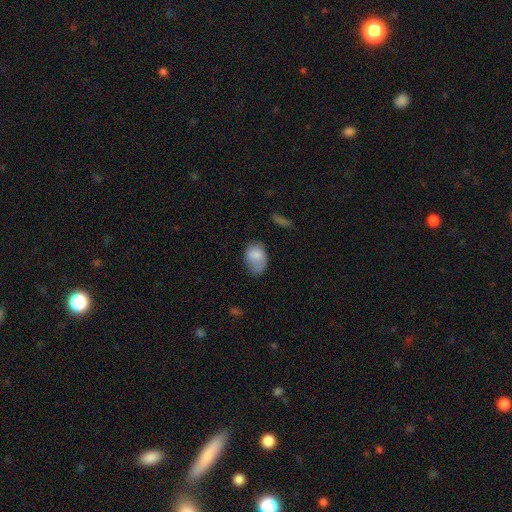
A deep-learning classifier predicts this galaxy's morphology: Overall: smooth (80%). How rounded: in between (82%). Merging: none (44%; minor disturbance 36%).